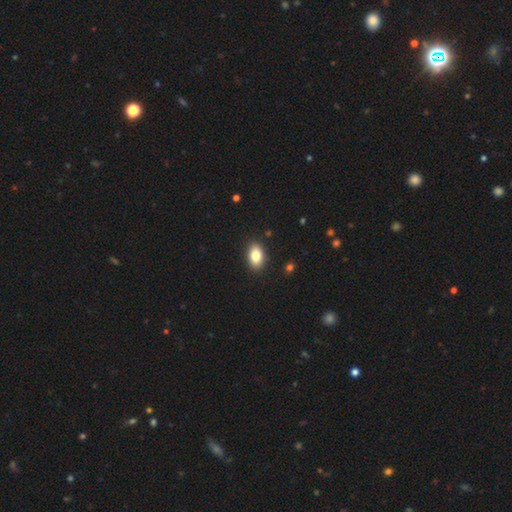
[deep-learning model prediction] Smooth or featured: smooth — 83% (featured or disk — 9%)
How rounded: in between — 89% (round — 9%)
Merging: none — 89% (minor disturbance — 8%)